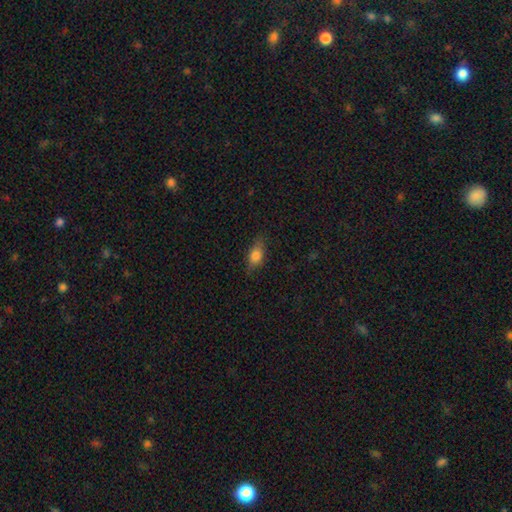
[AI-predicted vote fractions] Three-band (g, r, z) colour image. It shows a smooth galaxy with no disk features (79%) that is in between round and cigar-shaped (82%). Merging: none (77%).